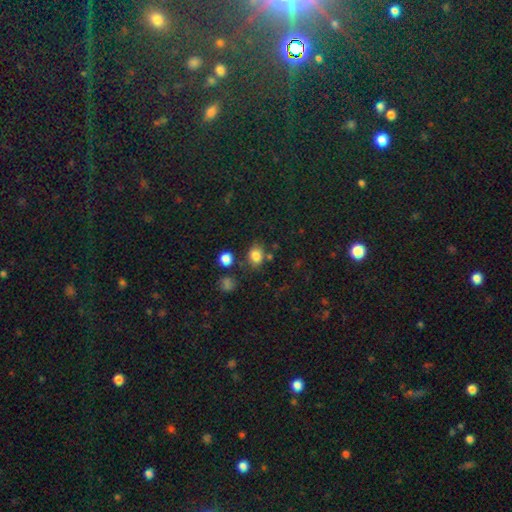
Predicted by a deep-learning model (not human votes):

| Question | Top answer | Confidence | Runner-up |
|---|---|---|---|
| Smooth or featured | smooth | 81% | star or artifact (12%) |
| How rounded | in between | 54% | round (45%) |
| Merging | none | 73% | minor disturbance (15%) |